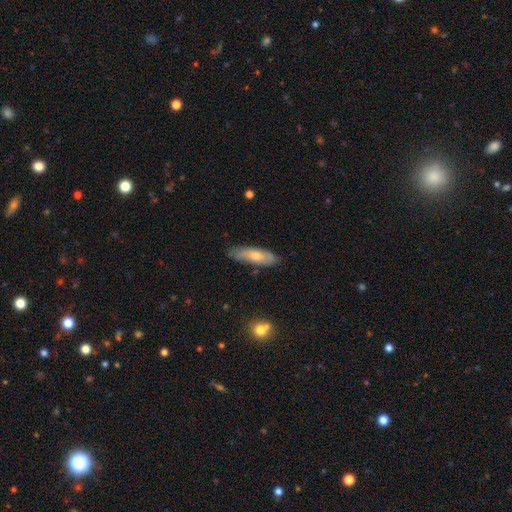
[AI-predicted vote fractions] smooth-or-featured: smooth: 52% | featured or disk: 41% | star or artifact: 7%
  how-rounded: cigar-shaped: 56% | in between: 42% | round: 2%
  merging: none: 79% | minor disturbance: 17% | major disturbance: 3% | merger: 2%